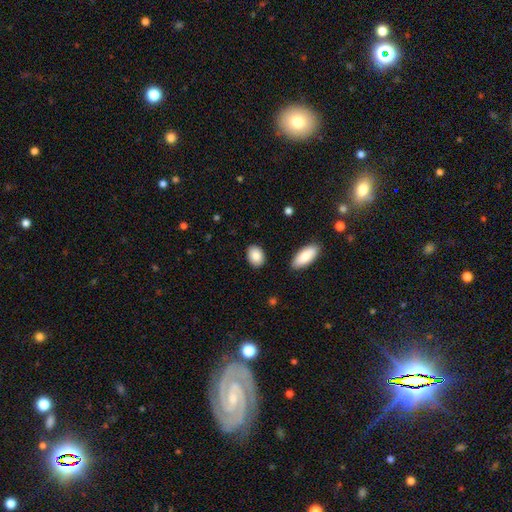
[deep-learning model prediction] This appears to be a smooth galaxy with no disk features (86%) that is in between round and cigar-shaped (81%). Merging: none (87%).